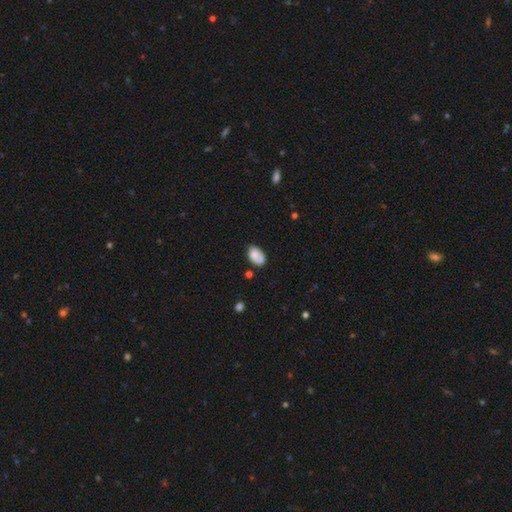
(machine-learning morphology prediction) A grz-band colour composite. It shows a smooth galaxy with no disk features (78%) that is in between round and cigar-shaped (90%). Merging: none (62%).